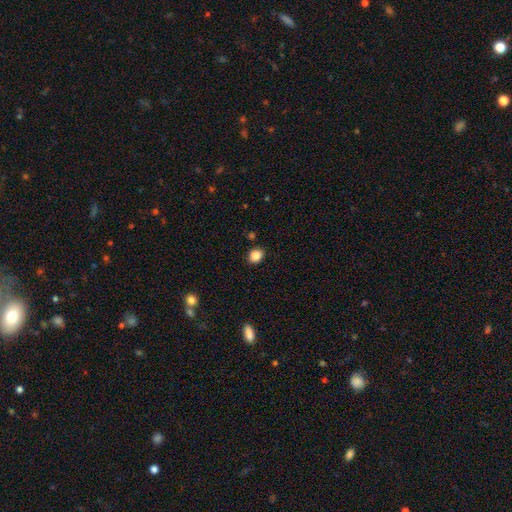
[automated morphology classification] Smooth or featured? smooth (87%)
How rounded? round (59%)
Merging? none (88%)